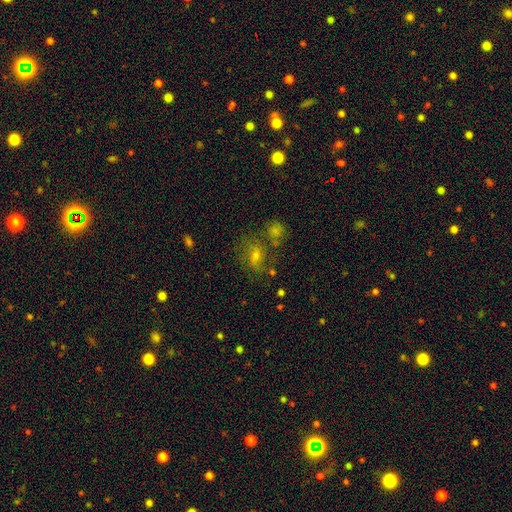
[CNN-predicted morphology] smooth_or_featured: smooth (p=0.42) [alt: featured or disk p=0.34]
merging: none (p=0.57) [alt: merger p=0.17]